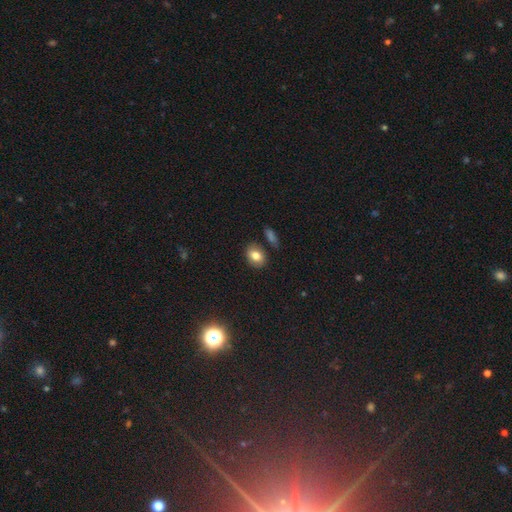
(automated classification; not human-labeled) Q: Smooth or featured?
A: smooth (79%); runner-up: featured or disk (11%)
Q: How rounded?
A: in between (68%); runner-up: round (31%)
Q: Merging?
A: none (78%); runner-up: minor disturbance (13%)